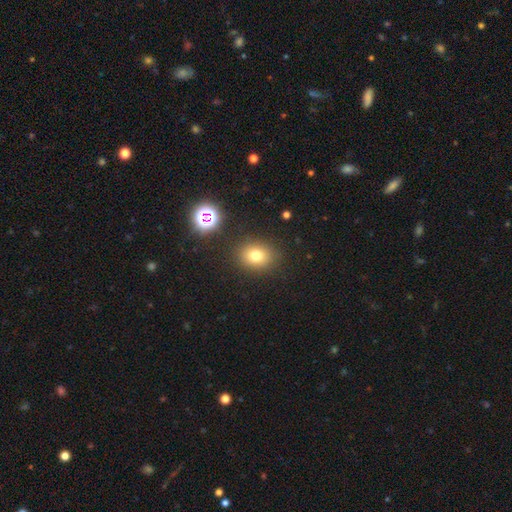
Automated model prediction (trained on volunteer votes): smooth-or-featured: smooth: 75% | star or artifact: 16% | featured or disk: 9%
  how-rounded: round: 57% | in between: 42% | cigar-shaped: 1%
  merging: none: 86% | minor disturbance: 8% | major disturbance: 3% | merger: 2%